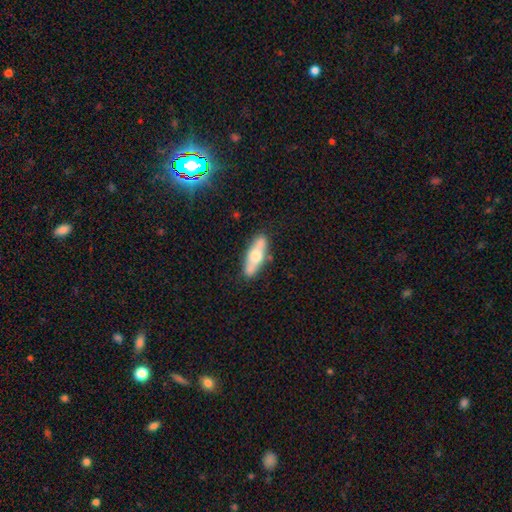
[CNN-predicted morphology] smooth 51%, featured or disk 43%, star or artifact 6%. Down the decision tree: how rounded — in between (49%); merging — none (81%).